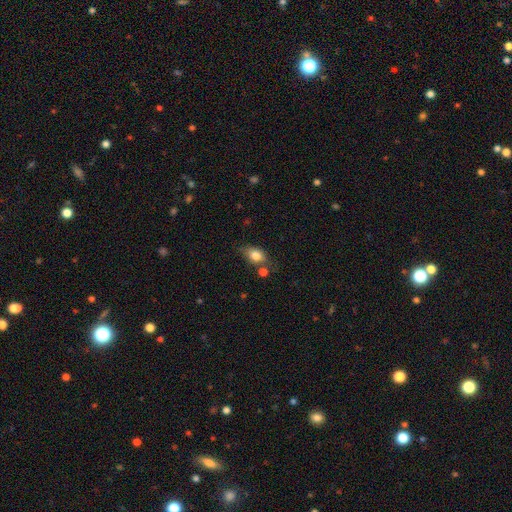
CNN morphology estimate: Q: Smooth or featured?
A: smooth (80%); runner-up: featured or disk (12%)
Q: How rounded?
A: in between (77%); runner-up: round (20%)
Q: Merging?
A: none (59%); runner-up: minor disturbance (22%)